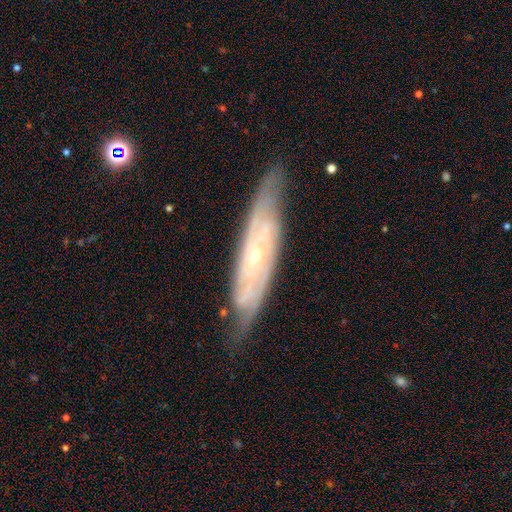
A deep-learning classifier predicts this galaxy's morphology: type=featured or disk (83%); edge-on=no (74%); bar=no (71%); spiral arms=yes (93%); winding=tight (67%); arm count=can't tell (41%); bulge=small (78%); merging=none (77%).